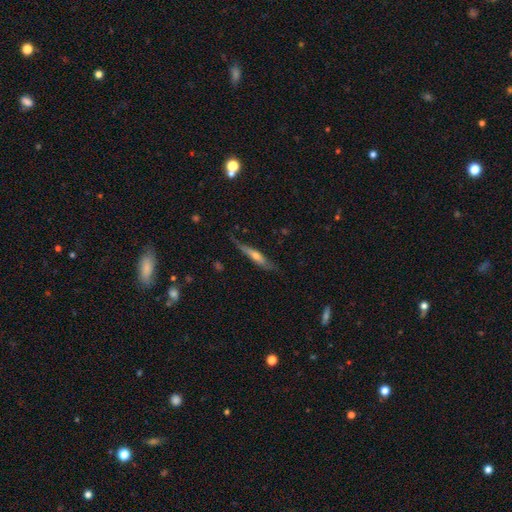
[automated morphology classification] smooth-or-featured: featured or disk: 52% | smooth: 42% | star or artifact: 6%
  disk-edge-on: yes: 82% | no: 18%
  merging: none: 61% | minor disturbance: 27% | major disturbance: 10% | merger: 2%